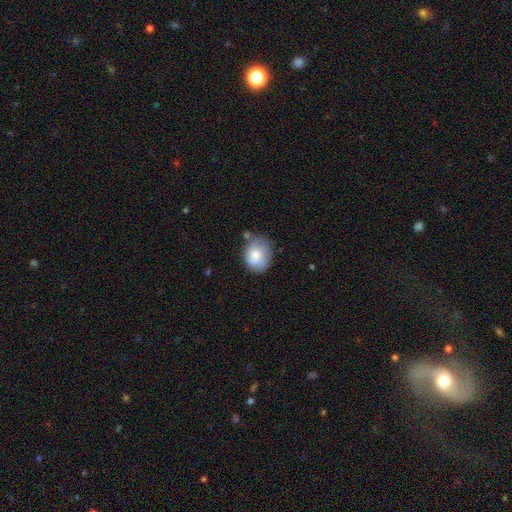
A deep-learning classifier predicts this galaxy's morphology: This appears to be a smooth galaxy with no disk features (75%) that is round (50%). Merging: none (61%).